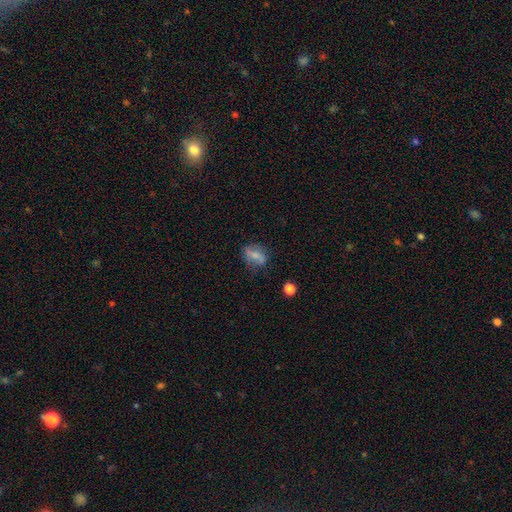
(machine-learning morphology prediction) Smooth or featured? Predicted: smooth (p=0.58). How rounded? Predicted: in between (p=0.63). Merging? Predicted: none (p=0.65).